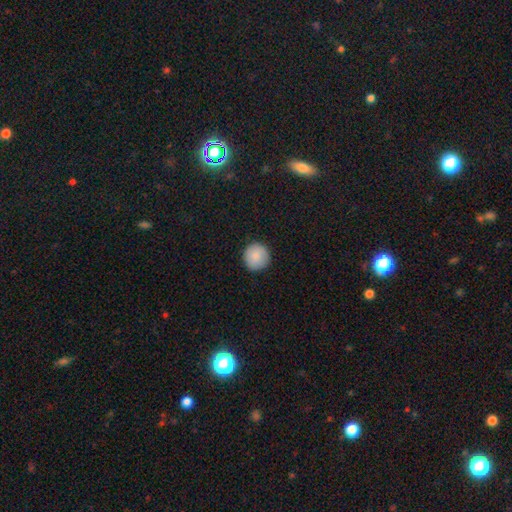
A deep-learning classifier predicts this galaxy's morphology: Smooth or featured: smooth — 86% (featured or disk — 7%)
How rounded: round — 95% (in between — 4%)
Merging: none — 90% (minor disturbance — 7%)